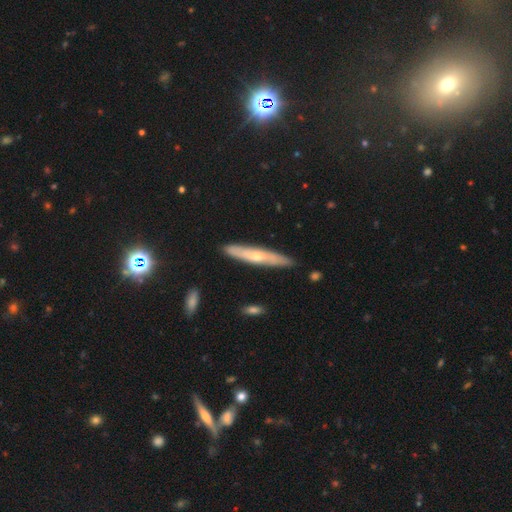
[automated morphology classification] Q: Smooth or featured?
A: featured or disk (50%); runner-up: smooth (44%)
Q: Merging?
A: none (86%); runner-up: minor disturbance (11%)